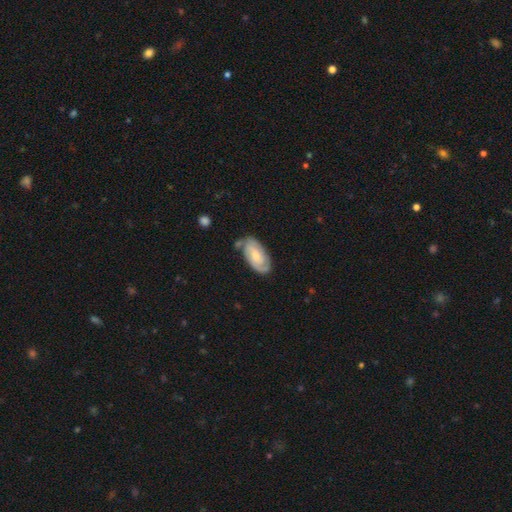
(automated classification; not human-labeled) The model was most divided on "bulge size": moderate: 48%, small: 35%, large: 9%, none: 7%, dominant: 2%. More confident: edge-on disk — no (95%); spiral arms — yes (92%); merging — none (70%); spiral arm count — 2 (69%); smooth or featured — featured or disk (68%); bar — no (58%); spiral winding — tight (55%).